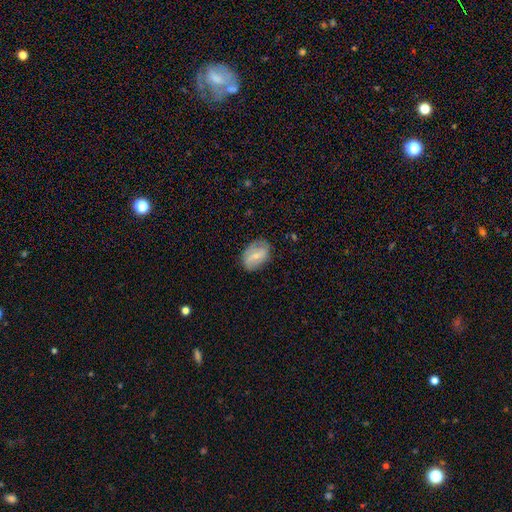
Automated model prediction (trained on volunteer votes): This is possibly a smooth galaxy (58%). How rounded: clearly in between (85%). Merging: likely none (69%).